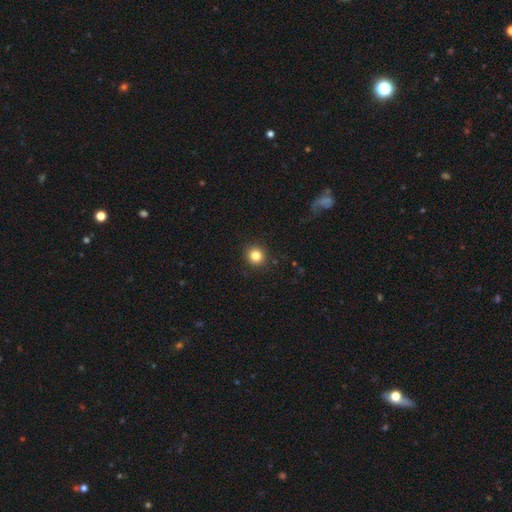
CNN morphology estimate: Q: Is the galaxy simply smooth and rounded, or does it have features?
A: smooth — 83%.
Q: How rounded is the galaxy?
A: round — 92%.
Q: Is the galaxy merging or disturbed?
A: none — 92%.